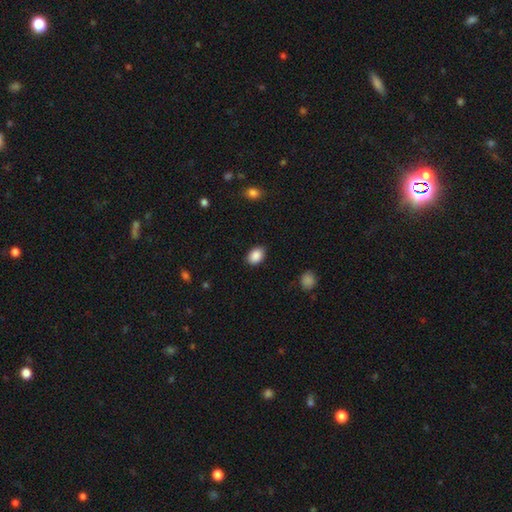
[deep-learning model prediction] Smooth or featured? Predicted: smooth (p=0.90). How rounded? Predicted: in between (p=0.77). Merging? Predicted: none (p=0.86).